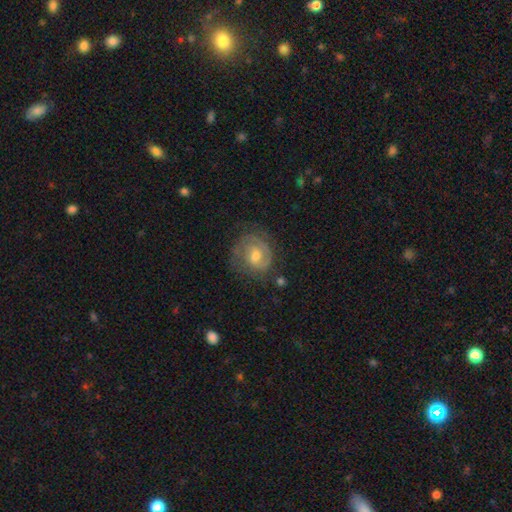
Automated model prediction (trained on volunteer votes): This is likely a featured or disk galaxy (72%). It is clearly not viewed edge-on (97%). Bar: possibly no (50%). Spiral arm pattern: clearly yes (90%). Spiral arm count: possibly 2 (58%). Spiral winding: possibly tight (59%). Central bulge: likely moderate (66%). Merging: likely none (70%).